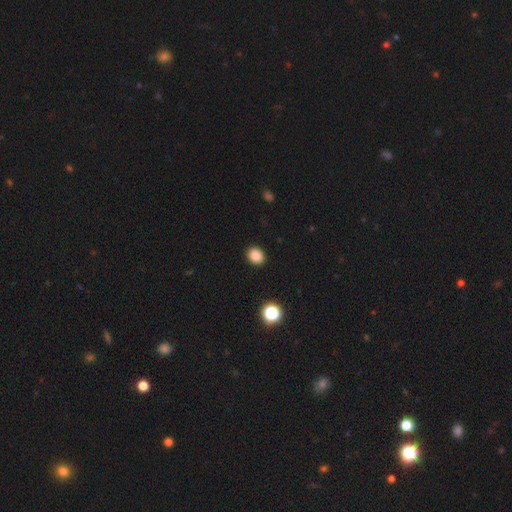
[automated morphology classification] smooth-or-featured: smooth: 86% | star or artifact: 11% | featured or disk: 3%
  how-rounded: round: 54% | in between: 45% | cigar-shaped: 1%
  merging: none: 91% | minor disturbance: 6% | major disturbance: 2% | merger: 1%